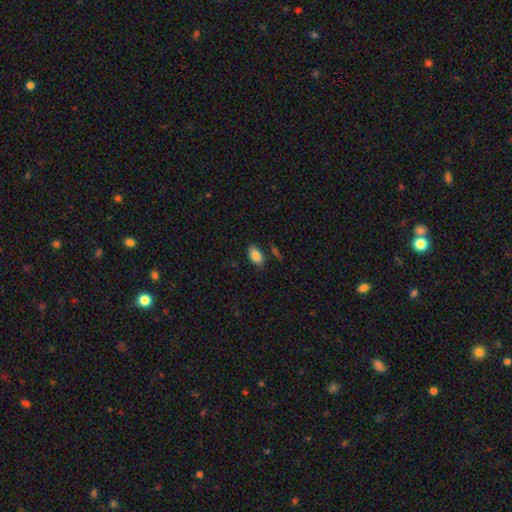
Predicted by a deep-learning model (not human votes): This appears to be a smooth galaxy with no disk features (85%) that is in between round and cigar-shaped (93%). Merging: none (81%).